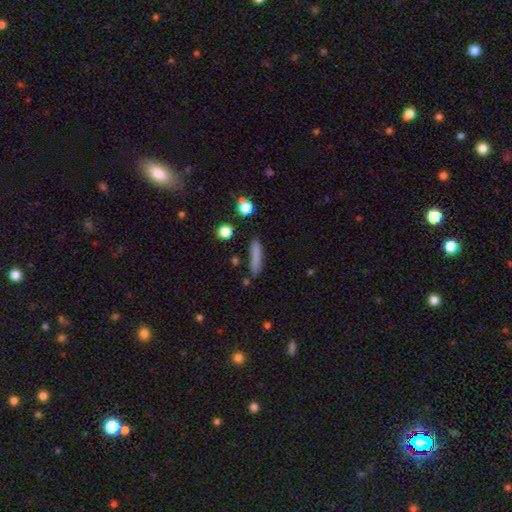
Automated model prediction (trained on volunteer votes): The model was most divided on "smooth or featured": smooth: 80%, featured or disk: 11%, star or artifact: 8%. More confident: how rounded — cigar-shaped (87%); merging — none (83%).